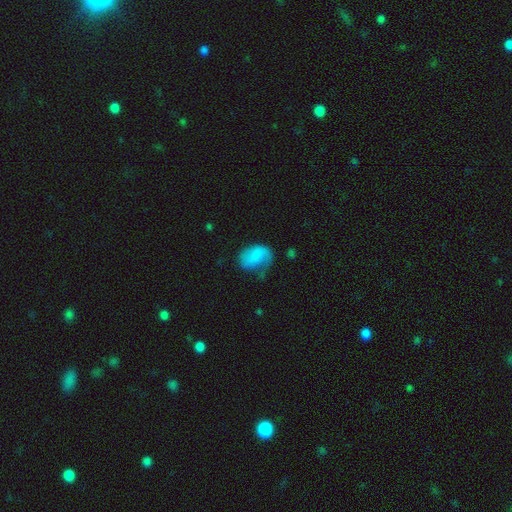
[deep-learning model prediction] This is possibly a smooth galaxy (54%). How rounded: likely in between (72%). Merging: marginally none (38%).